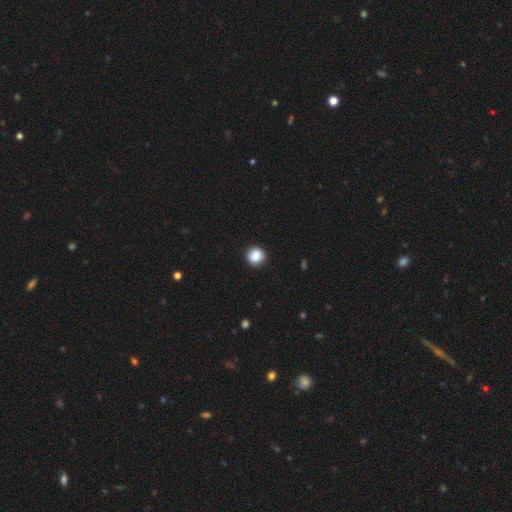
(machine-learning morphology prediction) type=smooth (88%); roundness=round (92%); merging=none (91%).